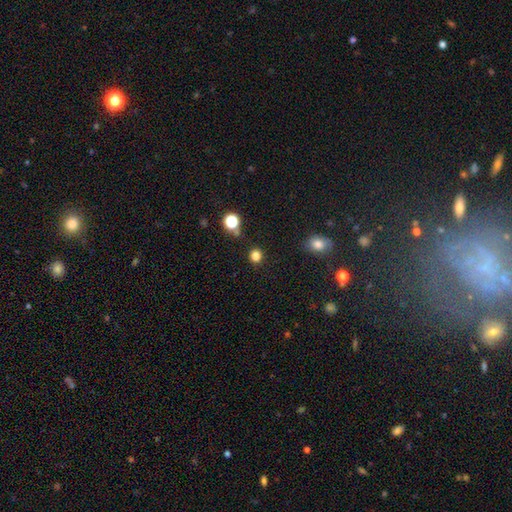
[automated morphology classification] Smooth or featured? smooth (81%)
How rounded? round (87%)
Merging? none (87%)